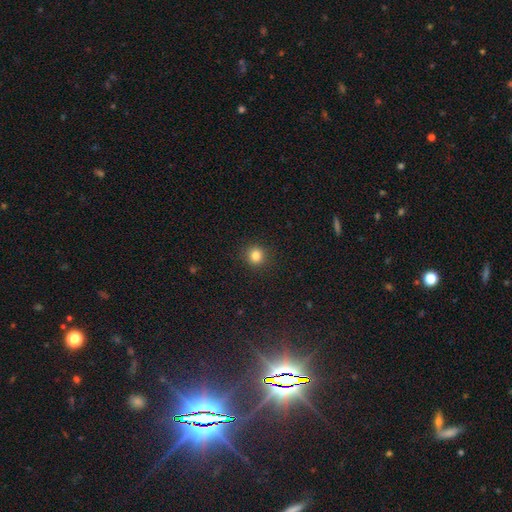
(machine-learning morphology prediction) A smooth galaxy with no disk features (83%) that is round (92%). Merging: none (92%).